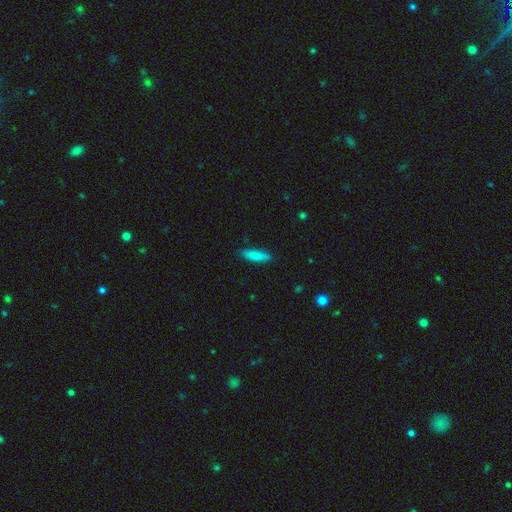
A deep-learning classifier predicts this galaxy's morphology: The model was most divided on "how rounded": cigar-shaped: 72%, in between: 26%, round: 2%. More confident: merging — none (84%); smooth or featured — smooth (83%).